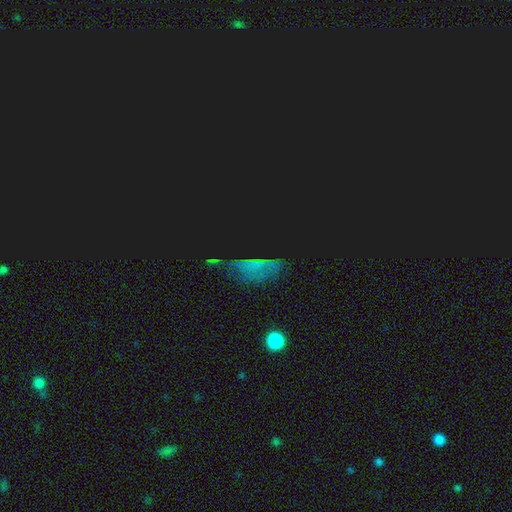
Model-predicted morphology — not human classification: type=star or artifact (59%).